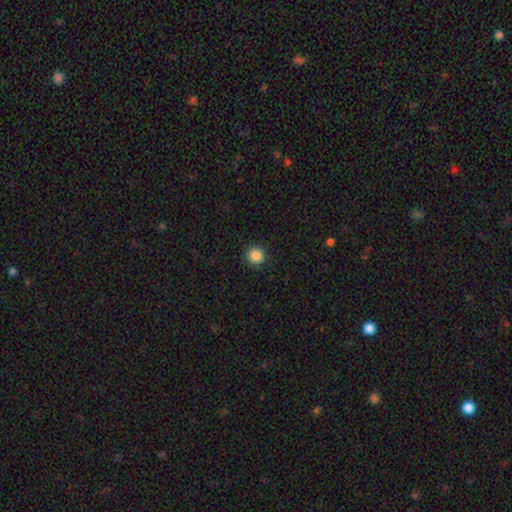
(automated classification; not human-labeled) Morphology: type=smooth (86%); roundness=round (96%); merging=none (93%).